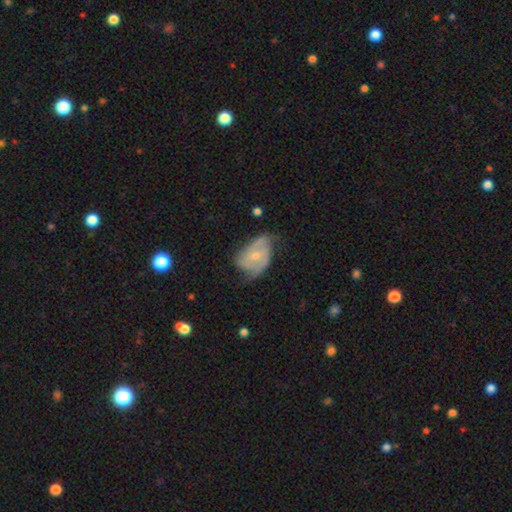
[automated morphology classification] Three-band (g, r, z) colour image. It shows a featured or disk galaxy (71%) with no bar (60%), 2 (54%) medium (44%) spiral arms (85%) and a small central bulge (60%). Merging: none (46%).